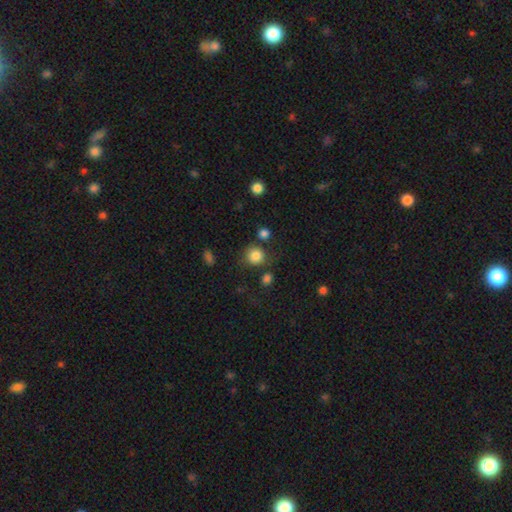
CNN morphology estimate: This appears to be a smooth galaxy with no disk features (84%) that is round (88%). Merging: none (71%).